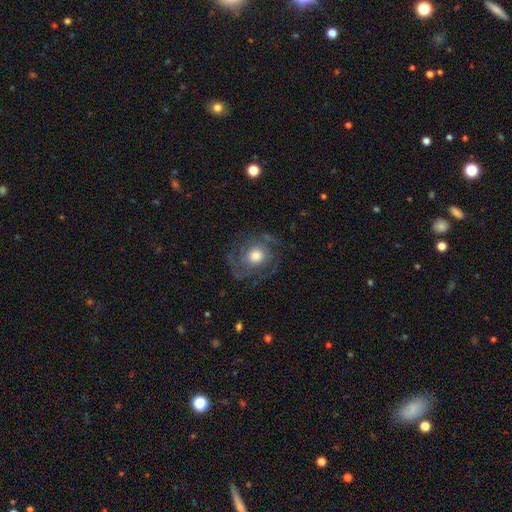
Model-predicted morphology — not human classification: Smooth or featured: featured or disk — 66% (smooth — 26%)
Edge-on disk: no — 97% (yes — 3%)
Bar: no — 83% (weak — 14%)
Spiral arms: yes — 79% (no — 21%)
Spiral winding: tight — 46% (medium — 38%)
Spiral arm count: can't tell — 36% (2 — 22%)
Bulge size: moderate — 50% (large — 39%)
Merging: none — 64% (minor disturbance — 18%)